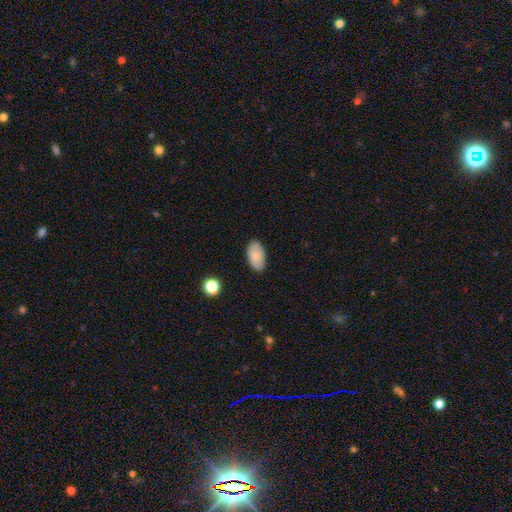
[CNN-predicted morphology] A smooth galaxy with no disk features (87%) that is in between round and cigar-shaped (95%). Merging: none (86%).